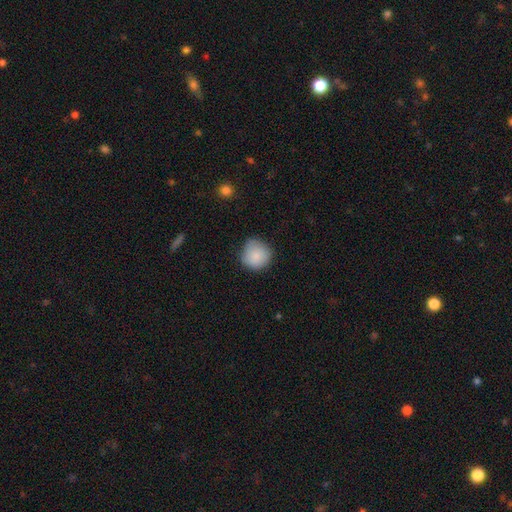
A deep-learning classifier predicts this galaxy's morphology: Smooth or featured? Predicted: smooth (p=0.85). How rounded? Predicted: round (p=0.91). Merging? Predicted: none (p=0.68).